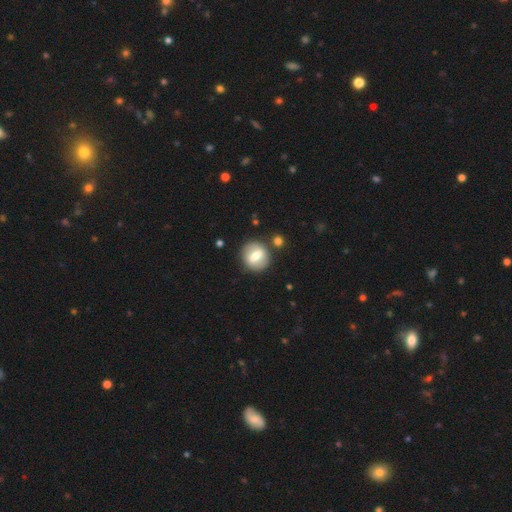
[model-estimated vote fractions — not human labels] This appears to be a smooth galaxy with no disk features (53%) that is round (80%). Merging: none (81%).